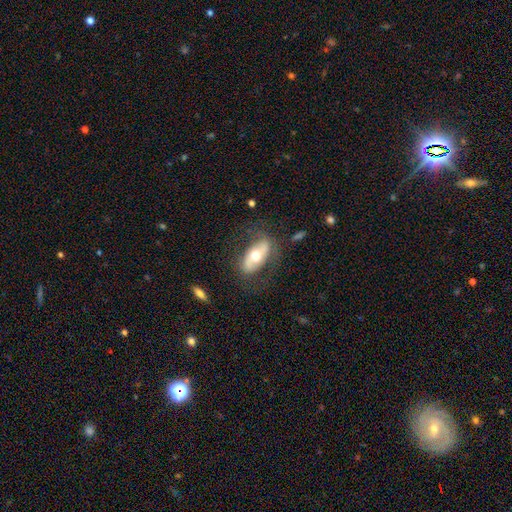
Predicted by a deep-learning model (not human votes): Q: Smooth or featured?
A: featured or disk (51%); runner-up: smooth (43%)
Q: Edge-on disk?
A: no (82%); runner-up: yes (18%)
Q: Merging?
A: none (71%); runner-up: minor disturbance (17%)